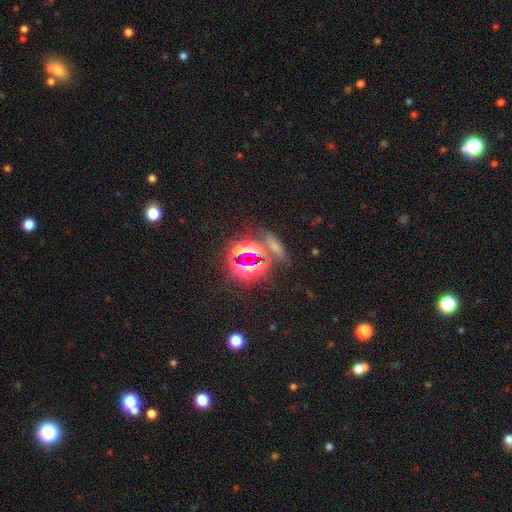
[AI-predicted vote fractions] Overall: star or artifact (79%).